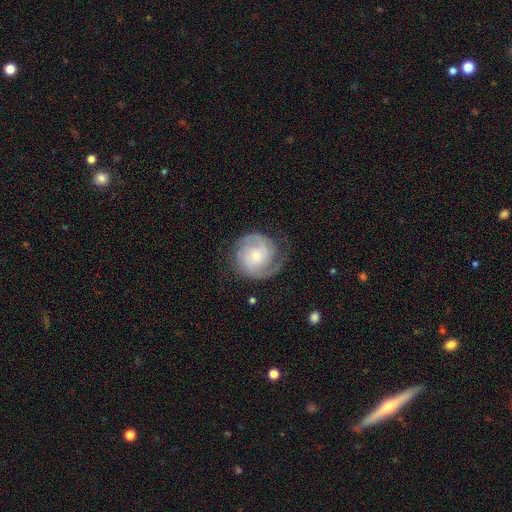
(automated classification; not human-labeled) Q: Smooth or featured?
A: featured or disk (81%); runner-up: smooth (14%)
Q: Edge-on disk?
A: no (98%); runner-up: yes (2%)
Q: Bar?
A: no (69%); runner-up: weak (26%)
Q: Spiral arms?
A: yes (96%); runner-up: no (4%)
Q: Spiral winding?
A: tight (53%); runner-up: medium (37%)
Q: Spiral arm count?
A: 2 (72%); runner-up: can't tell (10%)
Q: Bulge size?
A: small (66%); runner-up: moderate (28%)
Q: Merging?
A: none (72%); runner-up: minor disturbance (17%)